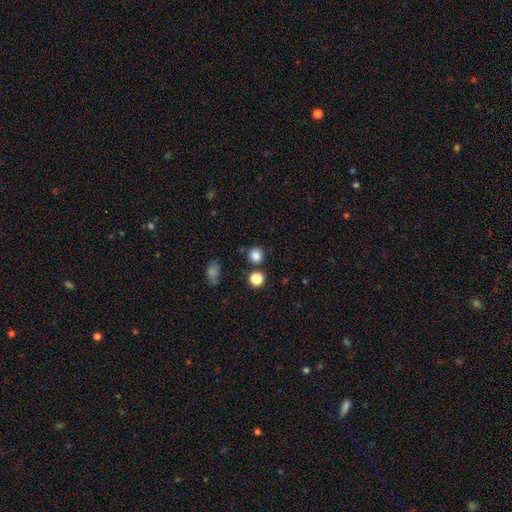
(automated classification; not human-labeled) smooth_or_featured: smooth (p=0.83) [alt: star or artifact p=0.13]
how_rounded: round (p=0.90) [alt: in between p=0.09]
merging: none (p=0.82) [alt: minor disturbance p=0.08]